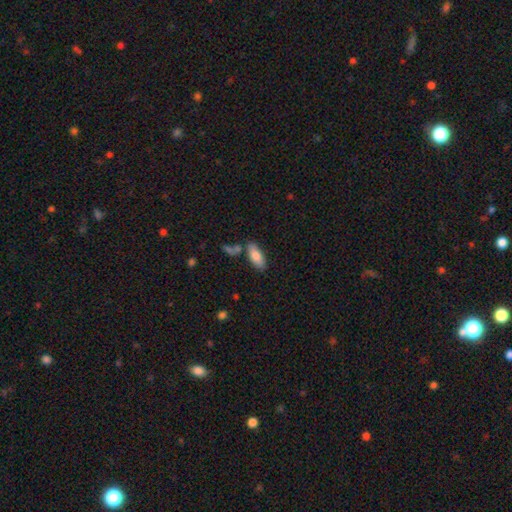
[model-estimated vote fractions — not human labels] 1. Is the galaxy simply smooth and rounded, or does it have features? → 81% smooth, 12% featured or disk, 6% star or artifact.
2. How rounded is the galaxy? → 79% in between, 18% cigar-shaped, 2% round.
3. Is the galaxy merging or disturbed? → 72% none, 14% minor disturbance, 10% merger, 4% major disturbance.